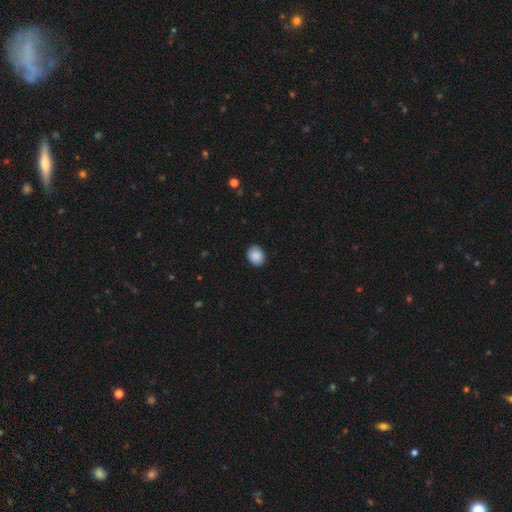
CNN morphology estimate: Smooth or featured? Predicted: smooth (p=0.89). How rounded? Predicted: round (p=0.52). Merging? Predicted: none (p=0.88).